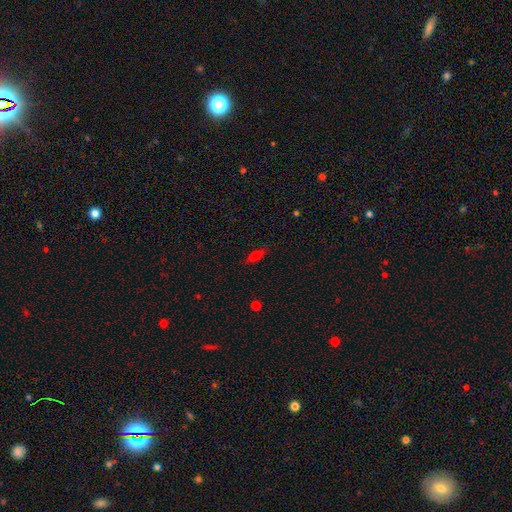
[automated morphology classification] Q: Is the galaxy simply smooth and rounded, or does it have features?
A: smooth — 62%.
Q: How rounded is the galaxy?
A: in between — 57%.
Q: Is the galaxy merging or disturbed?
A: none — 84%.